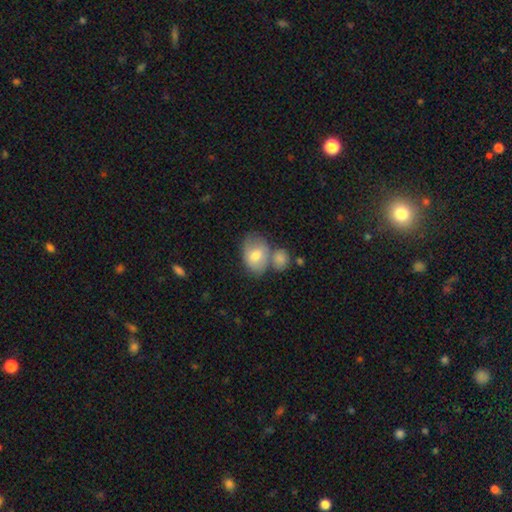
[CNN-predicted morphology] smooth 70%, featured or disk 23%, star or artifact 7%. Down the decision tree: how rounded — in between (77%); merging — none (41%).